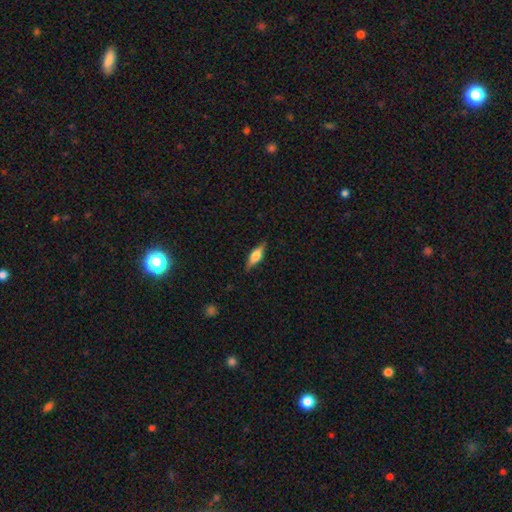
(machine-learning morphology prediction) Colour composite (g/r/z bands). It shows a smooth galaxy with no disk features (51%) that is in between round and cigar-shaped (50%). Merging: none (85%).